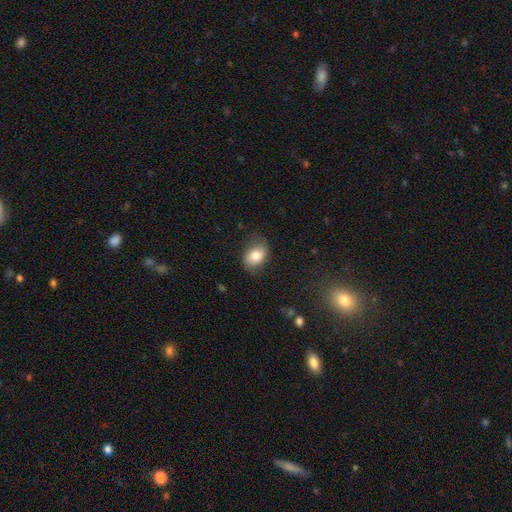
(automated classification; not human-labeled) Smooth or featured: smooth — 73% (featured or disk — 19%)
How rounded: in between — 76% (round — 22%)
Merging: none — 68% (minor disturbance — 23%)